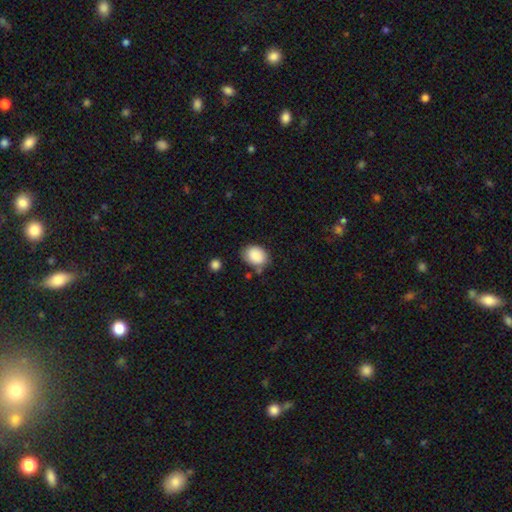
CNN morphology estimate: The model was most divided on "how rounded": in between: 65%, round: 34%, cigar-shaped: 1%. More confident: smooth or featured — smooth (87%); merging — none (74%).